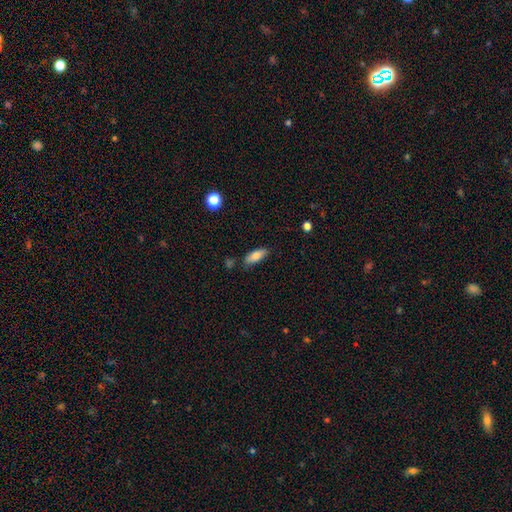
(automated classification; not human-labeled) smooth-or-featured: smooth: 79% | featured or disk: 14% | star or artifact: 7%
  how-rounded: in between: 71% | cigar-shaped: 27% | round: 2%
  merging: none: 77% | minor disturbance: 17% | merger: 3% | major disturbance: 3%